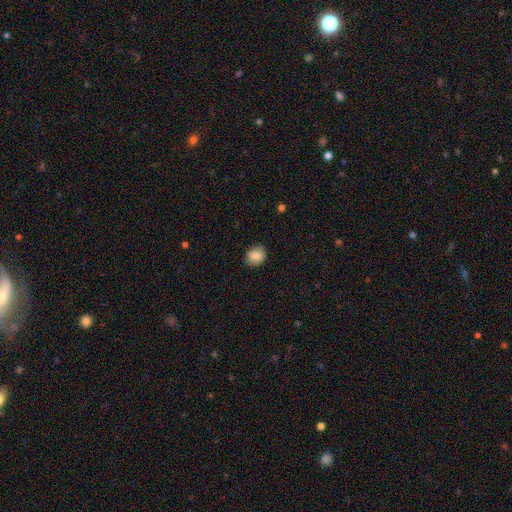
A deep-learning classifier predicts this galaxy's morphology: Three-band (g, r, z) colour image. It shows a smooth galaxy with no disk features (85%) that is round (66%). Merging: none (85%).